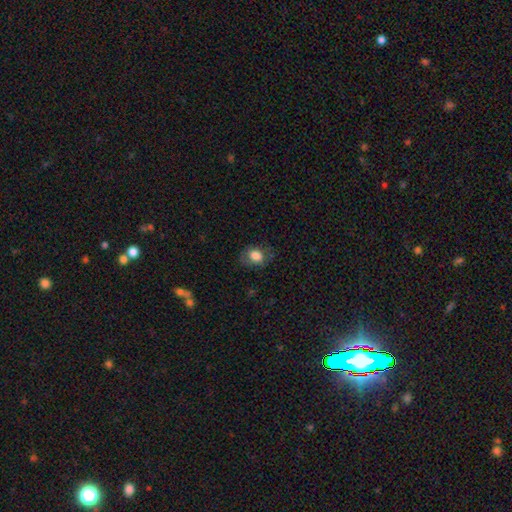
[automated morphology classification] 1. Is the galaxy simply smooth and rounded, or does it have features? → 79% smooth, 12% featured or disk, 9% star or artifact.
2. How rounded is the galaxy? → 57% in between, 42% round, 1% cigar-shaped.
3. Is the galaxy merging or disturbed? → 69% none, 21% minor disturbance, 9% major disturbance, 1% merger.